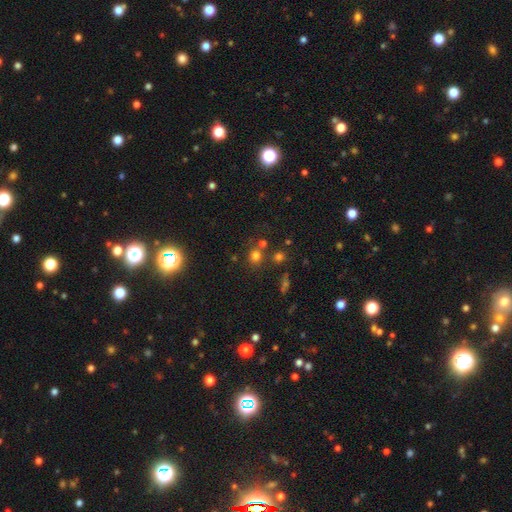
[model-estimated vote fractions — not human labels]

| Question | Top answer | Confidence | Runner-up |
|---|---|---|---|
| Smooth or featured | smooth | 68% | star or artifact (23%) |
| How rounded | round | 83% | in between (16%) |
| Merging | none | 65% | merger (21%) |